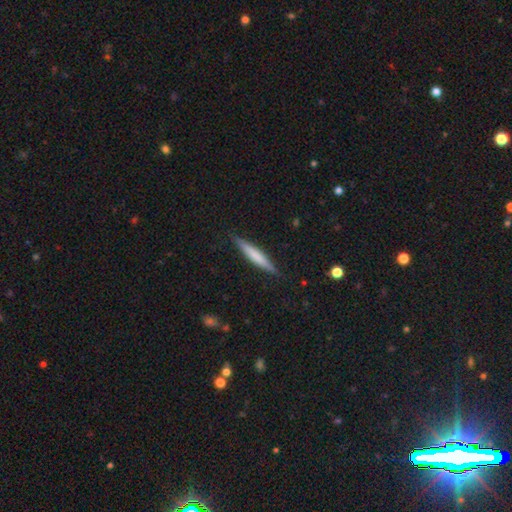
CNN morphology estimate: Overall: smooth (56%; featured or disk 38%). How rounded: cigar-shaped (93%). Merging: none (89%).